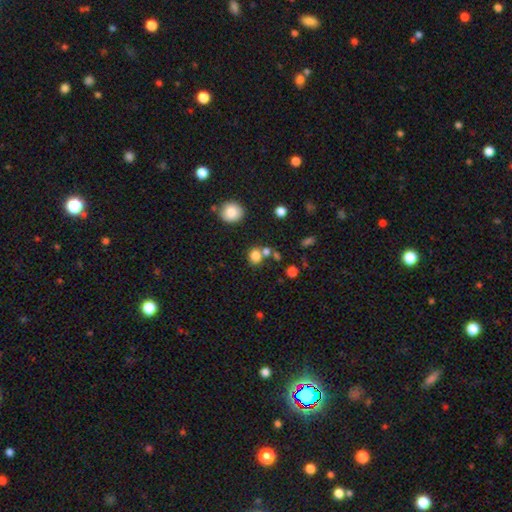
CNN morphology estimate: Q: Smooth or featured?
A: smooth (79%); runner-up: star or artifact (14%)
Q: How rounded?
A: round (67%); runner-up: in between (31%)
Q: Merging?
A: none (58%); runner-up: merger (27%)